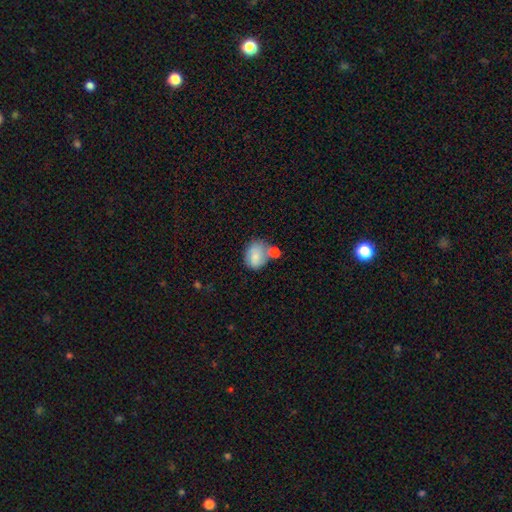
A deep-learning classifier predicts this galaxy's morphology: This appears to be a smooth galaxy with no disk features (76%) that is in between round and cigar-shaped (62%). Merging: none (38%).